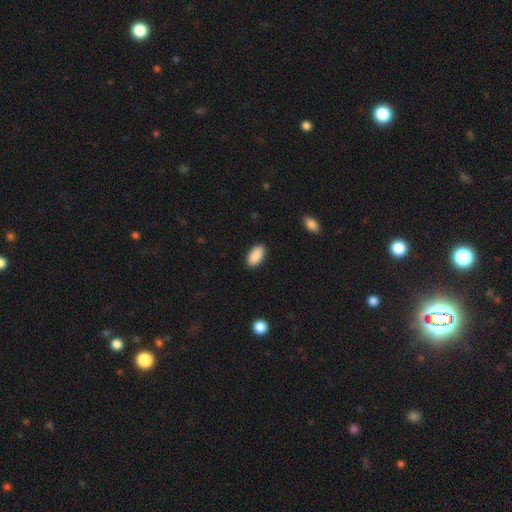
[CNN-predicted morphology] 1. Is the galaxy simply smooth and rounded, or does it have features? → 90% smooth, 6% star or artifact, 3% featured or disk.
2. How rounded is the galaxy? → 94% in between, 4% cigar-shaped, 3% round.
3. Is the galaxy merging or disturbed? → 89% none, 8% minor disturbance, 2% major disturbance, 1% merger.